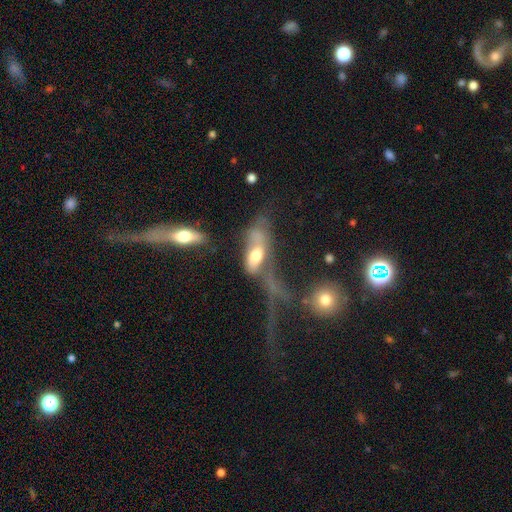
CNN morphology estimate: A smooth galaxy with no disk features (49%). Merging: major disturbance (46%).